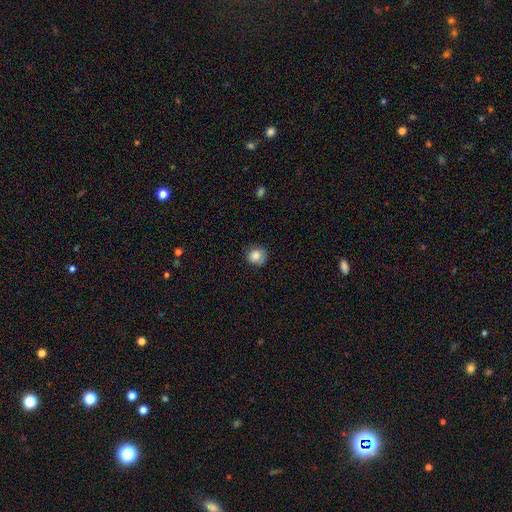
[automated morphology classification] Smooth or featured? Predicted: smooth (p=0.81). How rounded? Predicted: round (p=0.78). Merging? Predicted: none (p=0.69).